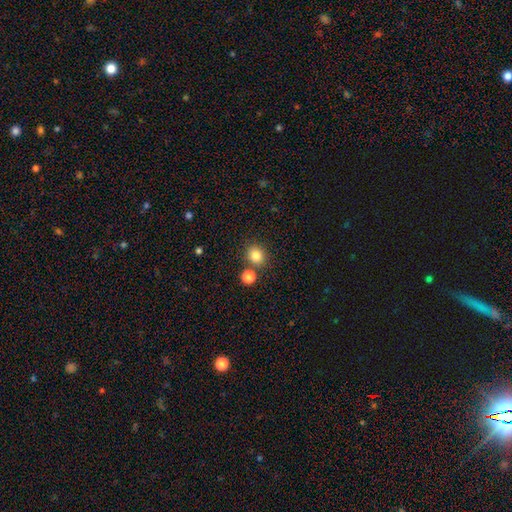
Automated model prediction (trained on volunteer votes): A smooth galaxy with no disk features (83%) that is round (83%).

Vote fractions:
- Smooth or featured? smooth: 83% / star or artifact: 12% / featured or disk: 5%
- How rounded? round: 83% / in between: 16% / cigar-shaped: 1%
- Merging? none: 77% / merger: 12% / minor disturbance: 8% / major disturbance: 3%